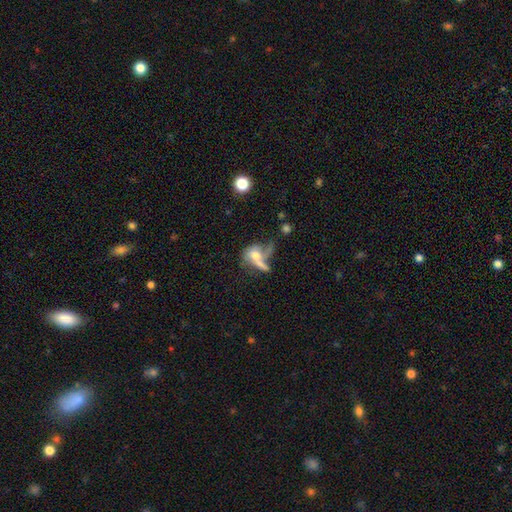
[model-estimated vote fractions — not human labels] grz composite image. It shows a smooth galaxy with no disk features (45%). Merging: merger (35%).